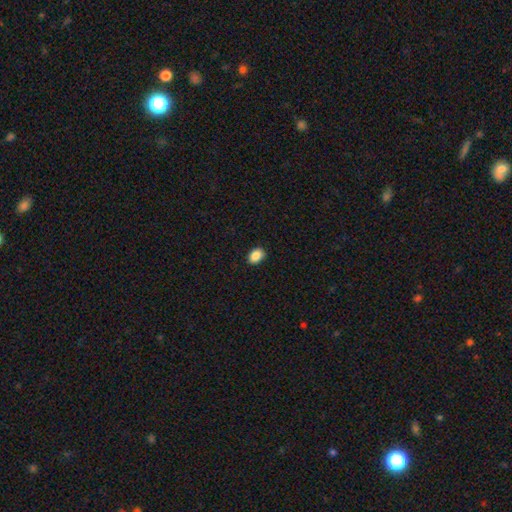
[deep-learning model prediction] Smooth or featured?
  - smooth: 88% *
  - star or artifact: 9%
  - featured or disk: 4%
How rounded?
  - in between: 71% *
  - round: 28%
  - cigar-shaped: 1%
Merging?
  - none: 86% *
  - minor disturbance: 11%
  - major disturbance: 2%
  - merger: 1%